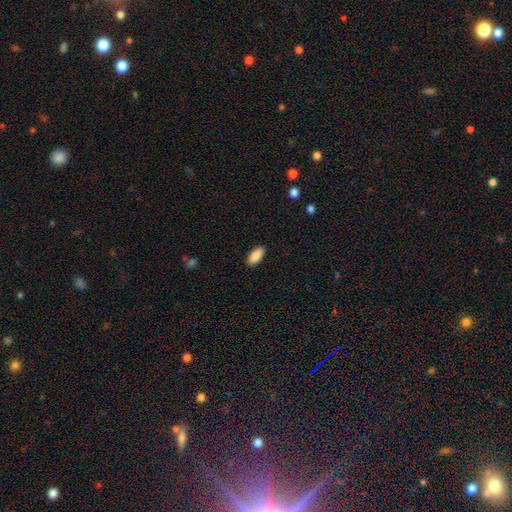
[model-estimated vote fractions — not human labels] smooth 90%, star or artifact 6%, featured or disk 4%. Down the decision tree: how rounded — in between (88%); merging — none (89%).